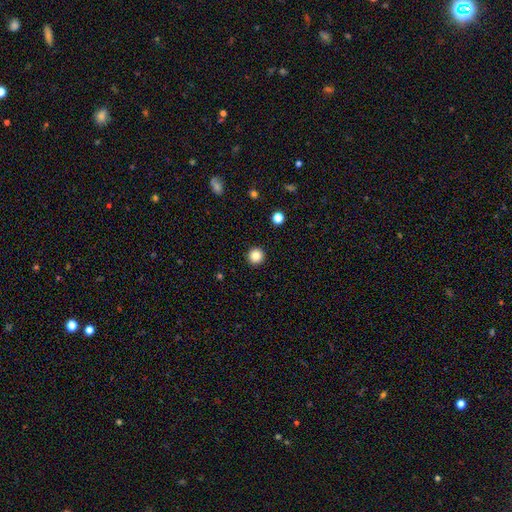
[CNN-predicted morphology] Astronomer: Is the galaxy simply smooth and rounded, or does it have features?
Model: smooth — 85%.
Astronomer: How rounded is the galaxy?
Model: round — 96%.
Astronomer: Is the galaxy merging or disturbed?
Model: none — 93%.